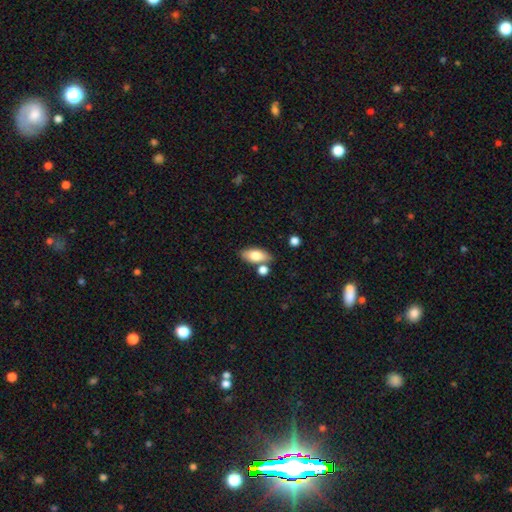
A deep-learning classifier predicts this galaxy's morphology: smooth-or-featured: smooth: 77% | featured or disk: 16% | star or artifact: 7%
  how-rounded: in between: 86% | cigar-shaped: 9% | round: 4%
  merging: none: 70% | merger: 15% | minor disturbance: 12% | major disturbance: 3%